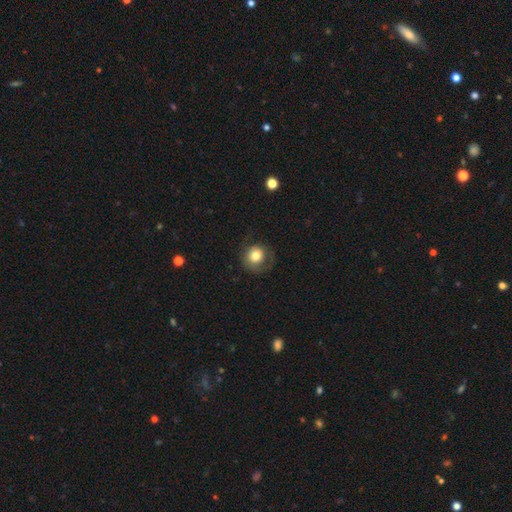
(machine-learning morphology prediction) This appears to be a smooth galaxy with no disk features (75%) that is round (88%). Merging: none (66%).